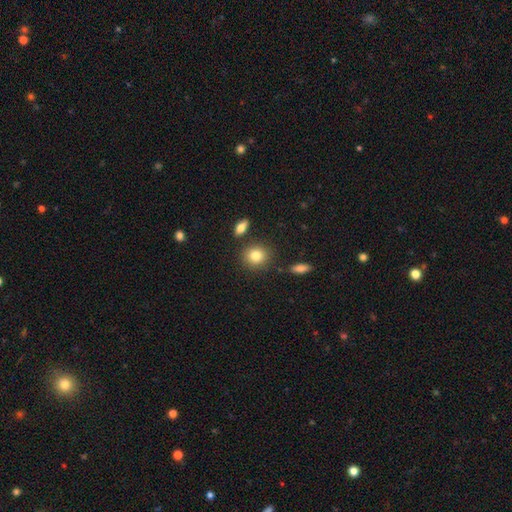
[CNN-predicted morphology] Smooth or featured: smooth — 83% (star or artifact — 9%)
How rounded: round — 75% (in between — 23%)
Merging: none — 83% (minor disturbance — 9%)